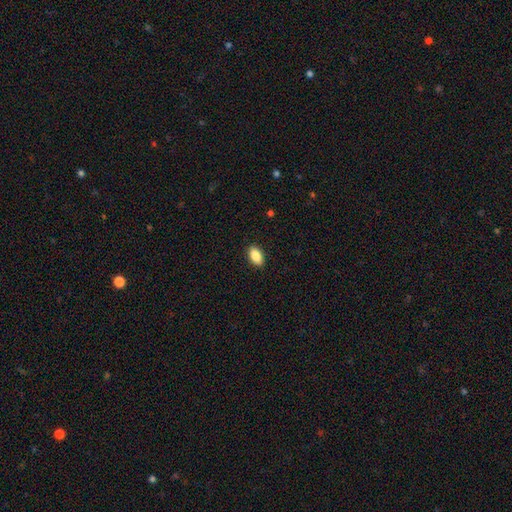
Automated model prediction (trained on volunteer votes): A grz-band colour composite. It shows a smooth galaxy with no disk features (87%) that is in between round and cigar-shaped (92%). Merging: none (89%).